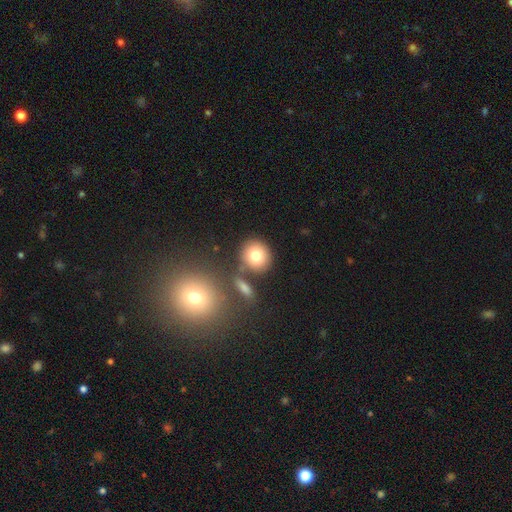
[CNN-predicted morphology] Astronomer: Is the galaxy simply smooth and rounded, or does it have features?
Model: smooth — 78%.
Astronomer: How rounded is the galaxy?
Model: round — 84%.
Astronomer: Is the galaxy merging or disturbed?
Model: none — 74%.